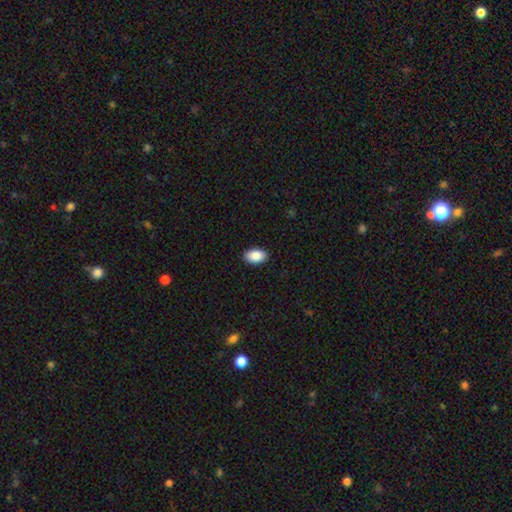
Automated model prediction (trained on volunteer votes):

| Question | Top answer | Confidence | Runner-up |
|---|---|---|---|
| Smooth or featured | smooth | 89% | star or artifact (7%) |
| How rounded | in between | 93% | round (6%) |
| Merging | none | 90% | minor disturbance (7%) |